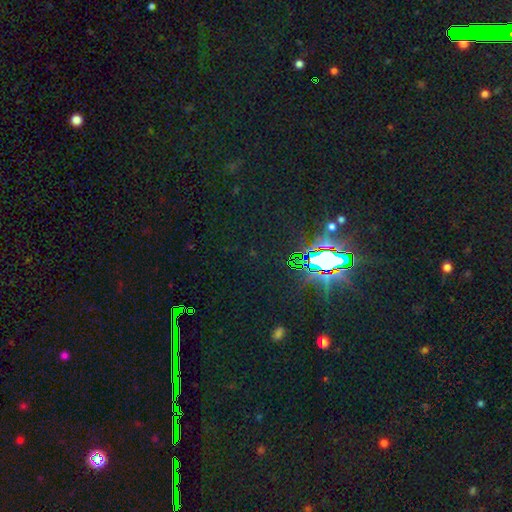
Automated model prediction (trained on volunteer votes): Smooth or featured?
  - star or artifact: 84% *
  - smooth: 9%
  - featured or disk: 7%